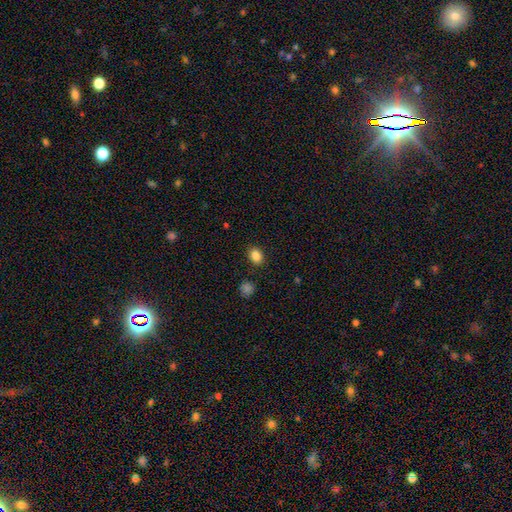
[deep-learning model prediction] smooth 86%, star or artifact 10%, featured or disk 4%. Down the decision tree: how rounded — in between (61%); merging — none (87%).